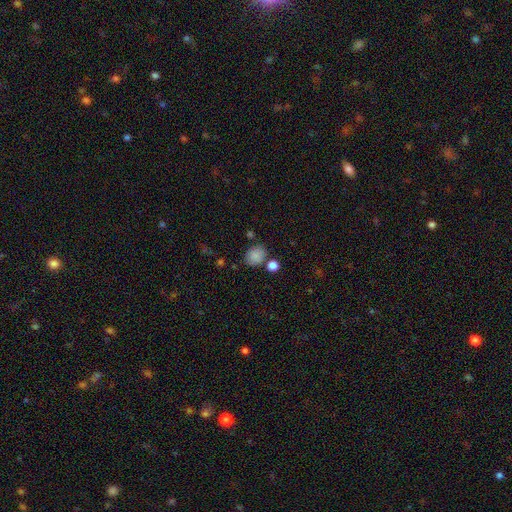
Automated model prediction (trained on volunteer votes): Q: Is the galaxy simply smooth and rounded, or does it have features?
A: smooth — 83%.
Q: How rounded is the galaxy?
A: round — 53%.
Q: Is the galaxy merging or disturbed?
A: none — 71%.